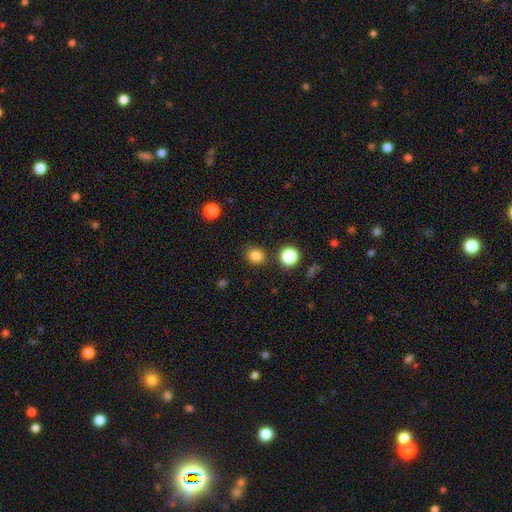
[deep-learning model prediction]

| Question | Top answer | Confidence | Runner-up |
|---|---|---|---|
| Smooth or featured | smooth | 83% | star or artifact (13%) |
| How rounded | round | 76% | in between (23%) |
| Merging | none | 84% | minor disturbance (8%) |